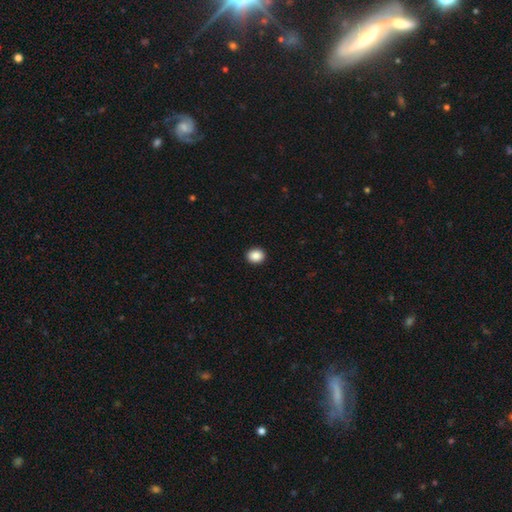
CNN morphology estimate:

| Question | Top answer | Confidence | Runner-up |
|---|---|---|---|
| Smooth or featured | smooth | 89% | star or artifact (9%) |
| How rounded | round | 67% | in between (32%) |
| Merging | none | 93% | minor disturbance (5%) |